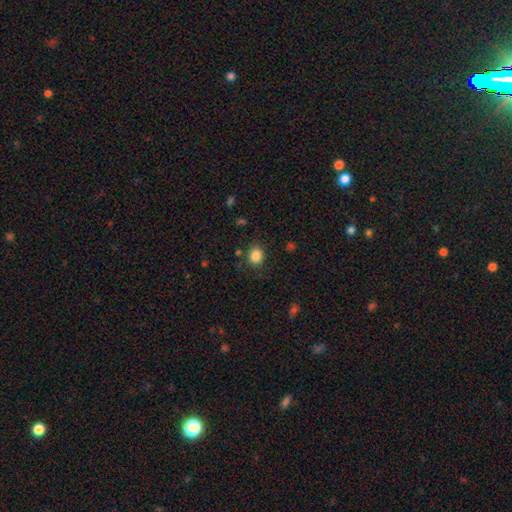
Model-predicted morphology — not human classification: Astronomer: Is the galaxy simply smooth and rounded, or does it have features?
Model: smooth — 85%.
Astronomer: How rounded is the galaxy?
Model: round — 62% (runner-up: in between, 37%).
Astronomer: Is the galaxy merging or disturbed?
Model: none — 84%.